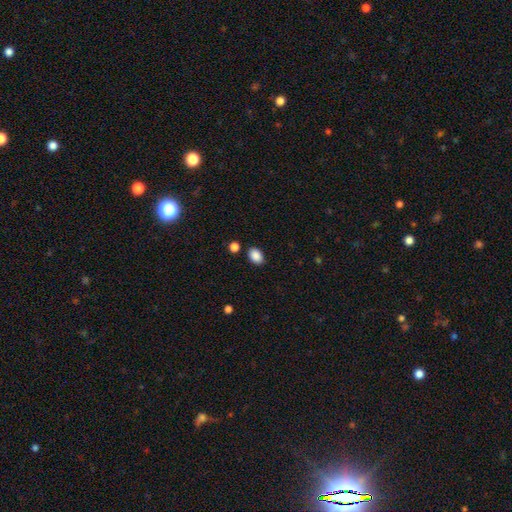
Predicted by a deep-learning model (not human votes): Smooth or featured: smooth — 88% (star or artifact — 8%)
How rounded: in between — 77% (round — 22%)
Merging: none — 83% (minor disturbance — 10%)